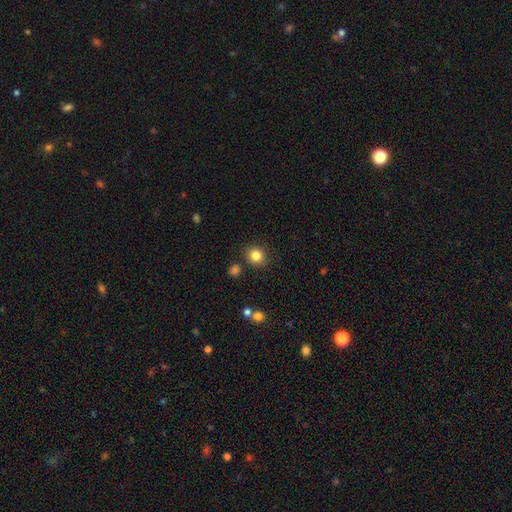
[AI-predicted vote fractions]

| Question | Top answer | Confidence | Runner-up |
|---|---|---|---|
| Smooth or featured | smooth | 84% | star or artifact (11%) |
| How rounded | round | 84% | in between (15%) |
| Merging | none | 87% | minor disturbance (8%) |